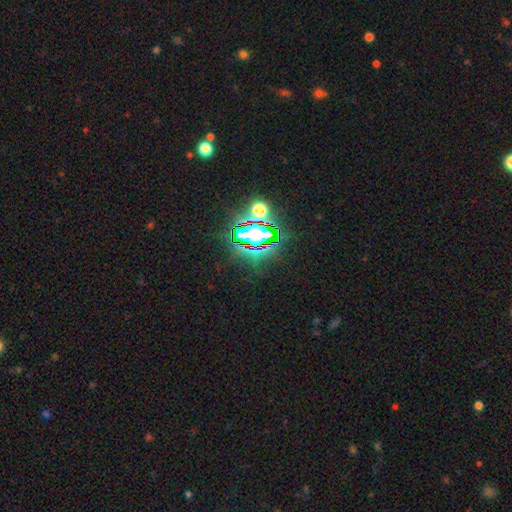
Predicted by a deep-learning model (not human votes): This appears to be a star or artifact, not a galaxy (81%).